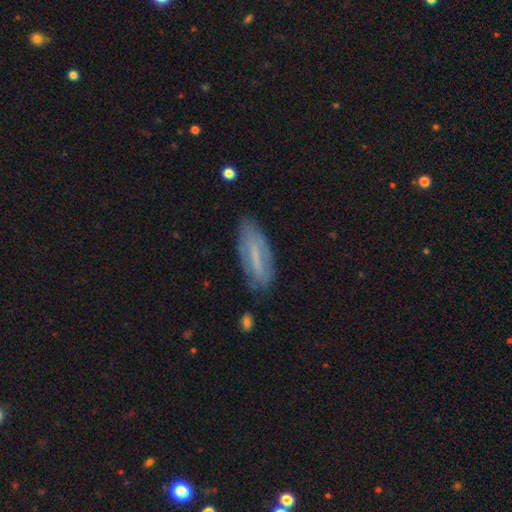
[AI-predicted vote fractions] Morphology: type=featured or disk (47%); merging=none (73%).